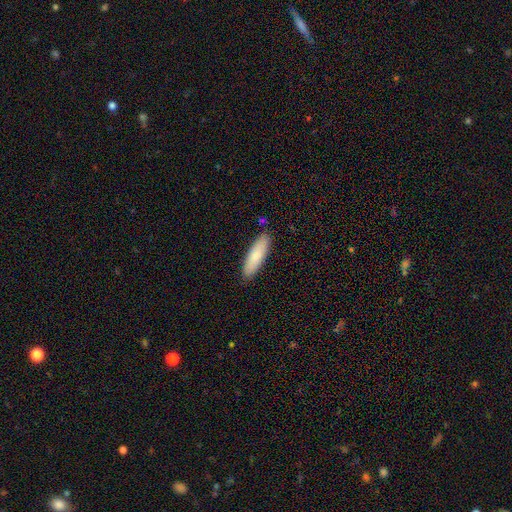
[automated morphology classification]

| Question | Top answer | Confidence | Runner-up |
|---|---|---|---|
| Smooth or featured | smooth | 83% | featured or disk (12%) |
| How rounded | cigar-shaped | 57% | in between (42%) |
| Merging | none | 87% | minor disturbance (10%) |